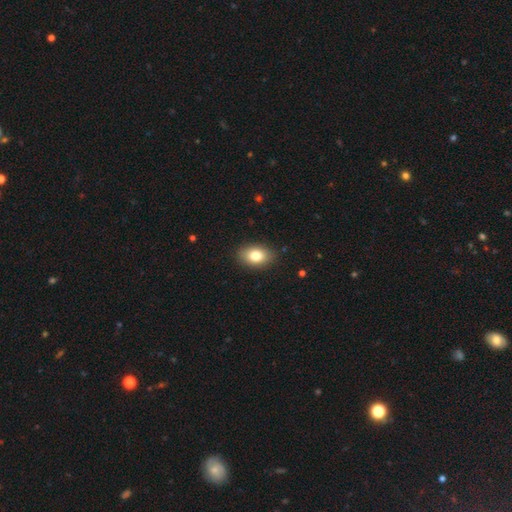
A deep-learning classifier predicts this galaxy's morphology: Smooth or featured?
  - smooth: 80% *
  - featured or disk: 11%
  - star or artifact: 9%
How rounded?
  - in between: 84% *
  - round: 15%
  - cigar-shaped: 1%
Merging?
  - none: 87% *
  - minor disturbance: 9%
  - major disturbance: 2%
  - merger: 1%